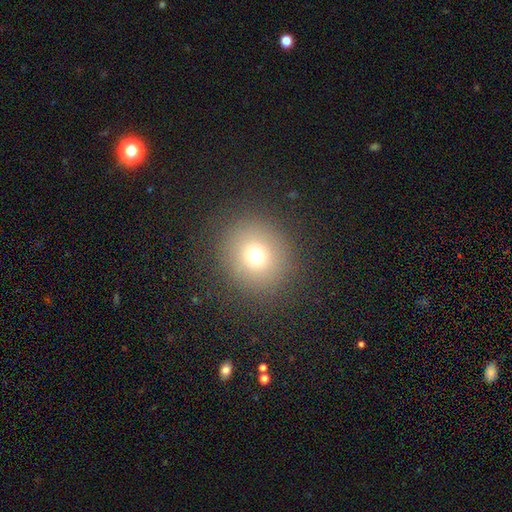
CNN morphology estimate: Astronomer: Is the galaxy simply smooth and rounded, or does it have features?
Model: smooth — 71%.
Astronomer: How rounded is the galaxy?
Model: round — 90%.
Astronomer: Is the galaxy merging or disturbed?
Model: none — 88%.